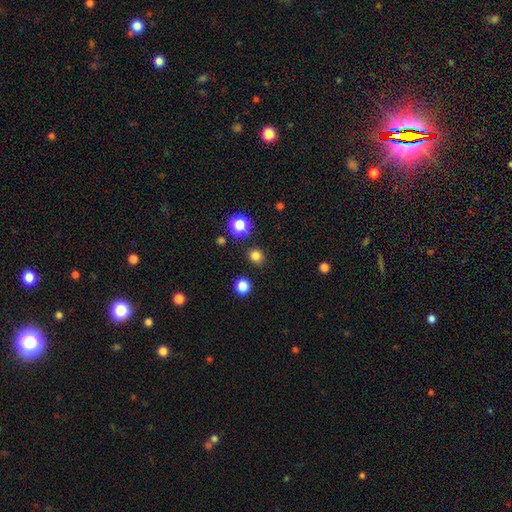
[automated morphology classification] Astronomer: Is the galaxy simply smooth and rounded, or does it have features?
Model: smooth — 79%.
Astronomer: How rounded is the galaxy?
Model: round — 88%.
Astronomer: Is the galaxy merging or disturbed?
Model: none — 88%.